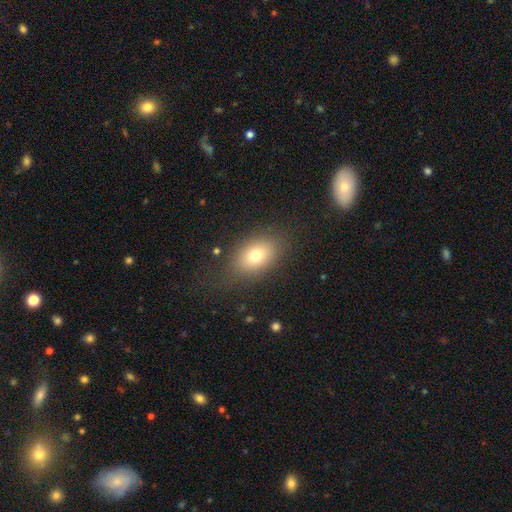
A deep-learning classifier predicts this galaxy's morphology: Smooth or featured? smooth (74%)
How rounded? in between (77%)
Merging? none (79%)